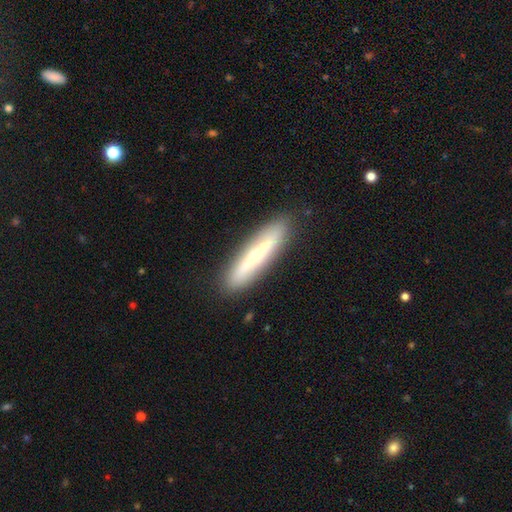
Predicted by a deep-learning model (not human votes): Smooth or featured?
  - featured or disk: 51% *
  - smooth: 43%
  - star or artifact: 6%
Edge-on disk?
  - yes: 74% *
  - no: 26%
Merging?
  - none: 89% *
  - minor disturbance: 8%
  - major disturbance: 2%
  - merger: 1%